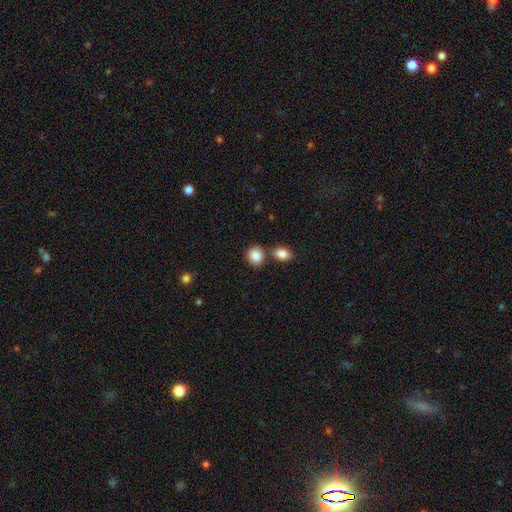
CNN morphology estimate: This appears to be a smooth galaxy with no disk features (87%) that is round (65%). Merging: none (68%).